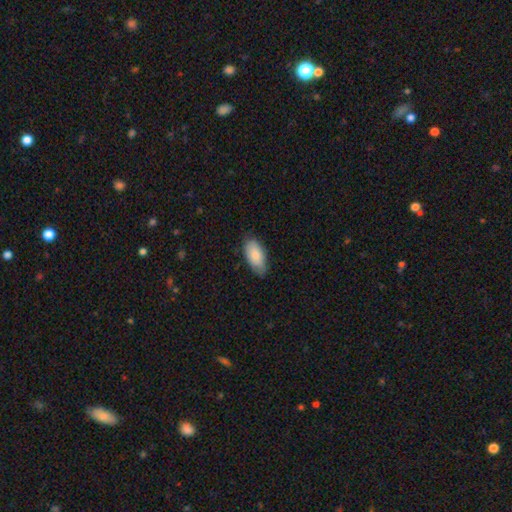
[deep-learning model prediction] Morphology: type=smooth (85%); roundness=in between (92%); merging=none (78%).